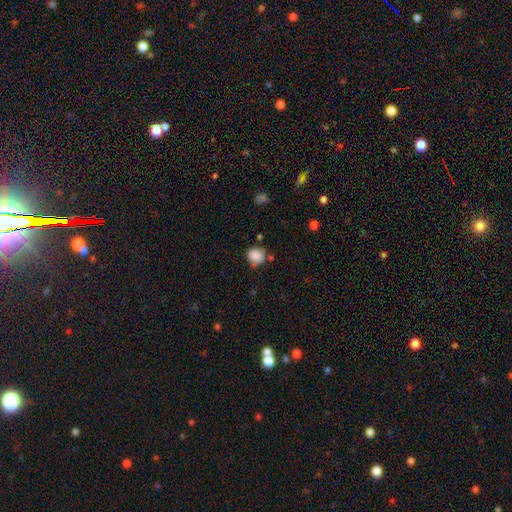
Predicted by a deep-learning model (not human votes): Morphology: type=smooth (86%); roundness=round (77%); merging=none (68%).